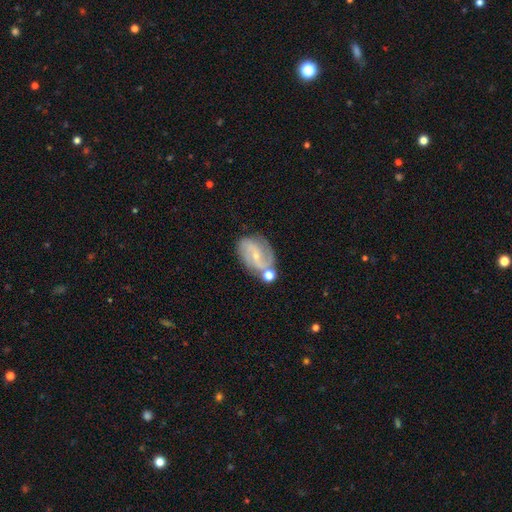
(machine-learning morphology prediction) Overall: featured or disk (77%). Edge-on disk: no (96%). Bar: weak (45%; no 37%). Spiral arms: yes (92%). Spiral arm count: 2 (81%). Spiral winding: medium (45%; loose 34%). Bulge size: small (74%). Merging: none (60%).